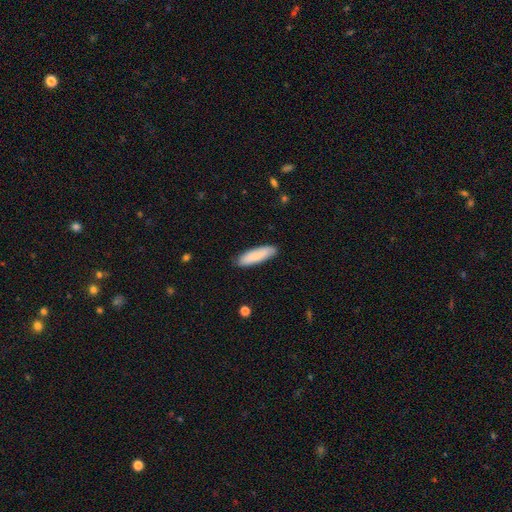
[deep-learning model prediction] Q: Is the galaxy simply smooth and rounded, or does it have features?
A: smooth — 87%.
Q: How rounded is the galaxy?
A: cigar-shaped — 65%.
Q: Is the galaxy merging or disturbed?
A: none — 88%.